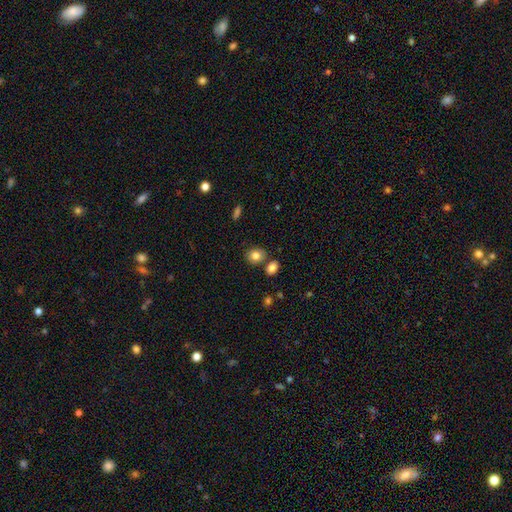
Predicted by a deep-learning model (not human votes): Q: Smooth or featured?
A: smooth (82%); runner-up: star or artifact (9%)
Q: How rounded?
A: round (61%); runner-up: in between (38%)
Q: Merging?
A: none (72%); runner-up: merger (14%)